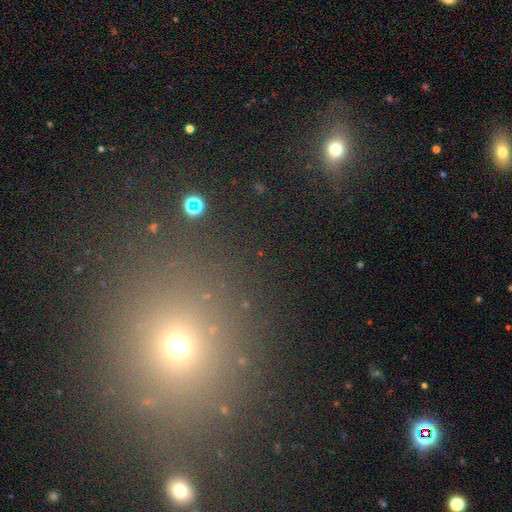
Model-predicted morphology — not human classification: A smooth galaxy with no disk features (50%) that is round (75%). Merging: none (83%).